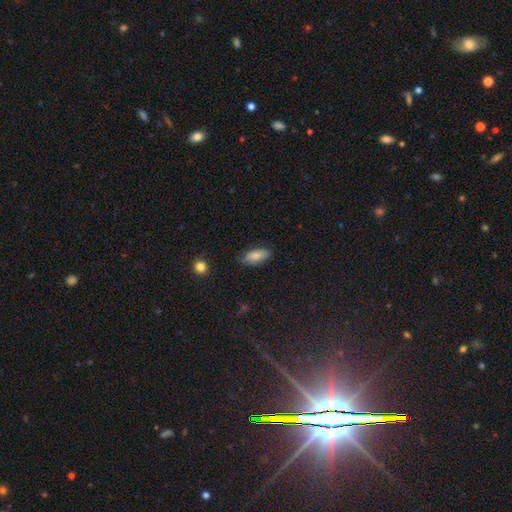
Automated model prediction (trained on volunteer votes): Morphology: type=smooth (82%); roundness=in between (84%); merging=none (74%).